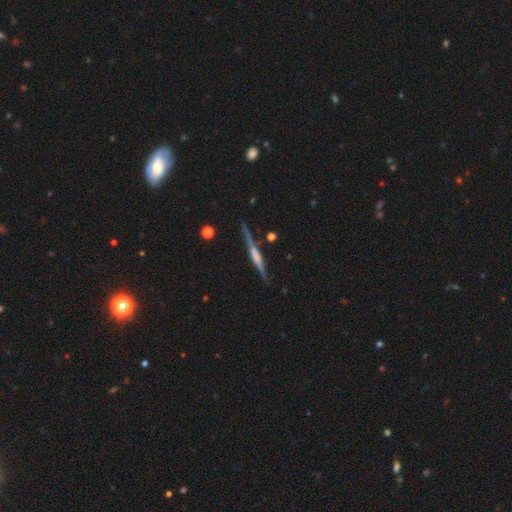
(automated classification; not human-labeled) Smooth or featured?
  - featured or disk: 68% *
  - smooth: 26%
  - star or artifact: 6%
Edge-on disk?
  - yes: 97% *
  - no: 3%
Edge-on bulge?
  - boxy: 40% *
  - rounded: 31%
  - none: 29%
Merging?
  - none: 81% *
  - minor disturbance: 13%
  - merger: 3%
  - major disturbance: 3%